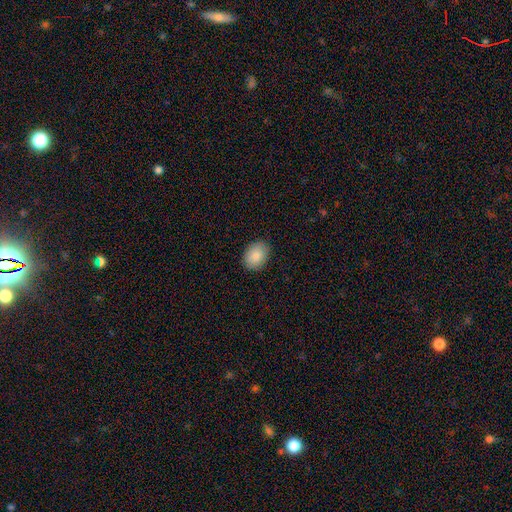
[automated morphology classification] Smooth or featured? Predicted: smooth (p=0.87). How rounded? Predicted: in between (p=0.71). Merging? Predicted: none (p=0.89).